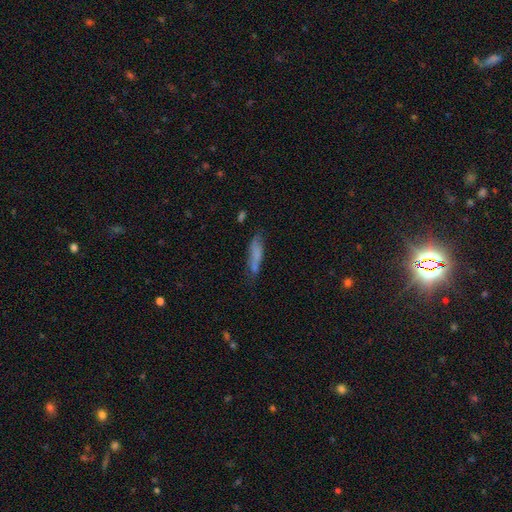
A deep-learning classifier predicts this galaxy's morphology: A smooth galaxy with no disk features (66%) that is cigar-shaped (70%). Merging: none (54%).